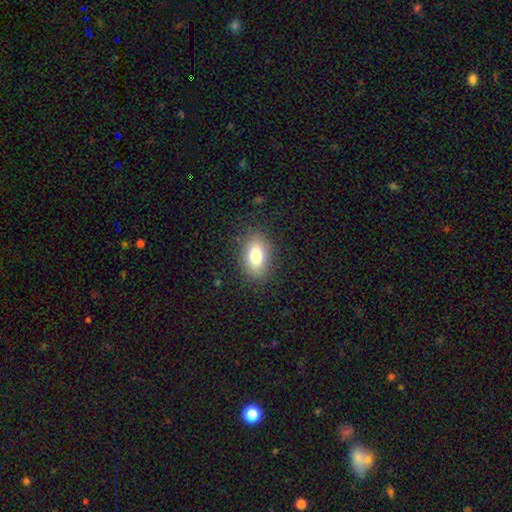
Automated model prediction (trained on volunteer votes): Smooth or featured?
  - smooth: 79% *
  - featured or disk: 12%
  - star or artifact: 9%
How rounded?
  - in between: 87% *
  - round: 11%
  - cigar-shaped: 2%
Merging?
  - none: 84% *
  - minor disturbance: 11%
  - major disturbance: 4%
  - merger: 1%